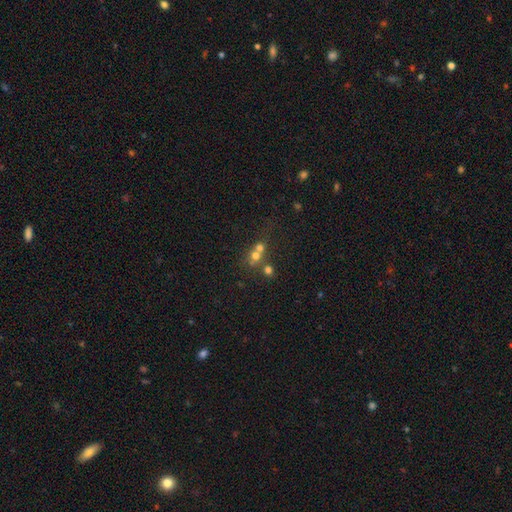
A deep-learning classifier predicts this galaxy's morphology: This appears to be a smooth galaxy with no disk features (61%) that is round (80%). Merging: merger (58%).